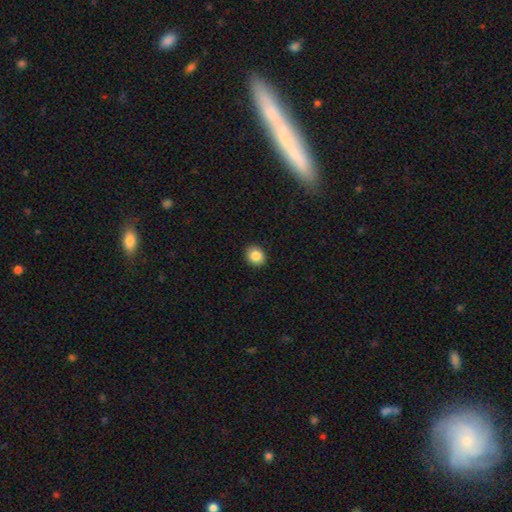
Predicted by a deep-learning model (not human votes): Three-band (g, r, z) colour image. It shows a smooth galaxy with no disk features (85%) that is round (72%). Merging: none (91%).